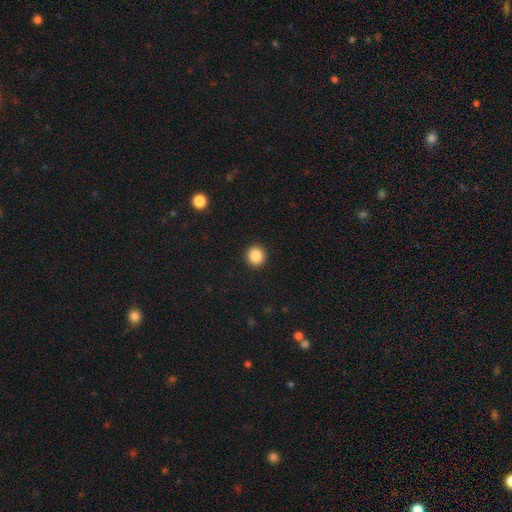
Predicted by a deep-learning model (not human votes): Smooth or featured?
  - smooth: 86% *
  - star or artifact: 10%
  - featured or disk: 4%
How rounded?
  - round: 93% *
  - in between: 6%
  - cigar-shaped: 1%
Merging?
  - none: 93% *
  - minor disturbance: 4%
  - major disturbance: 2%
  - merger: 1%